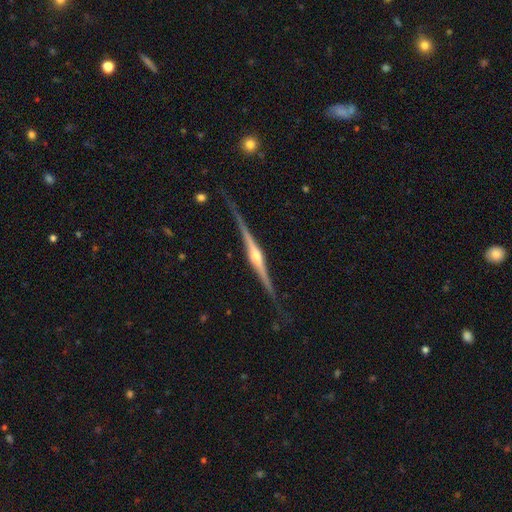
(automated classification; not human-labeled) This appears to be a featured or disk galaxy (88%) viewed edge-on (98%) with a rounded central bulge (92%). Merging: none (83%).